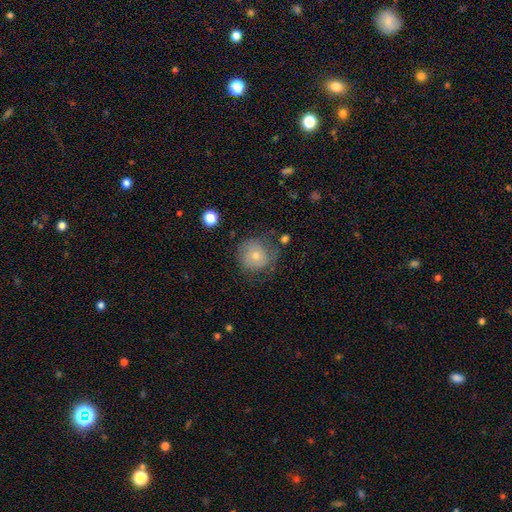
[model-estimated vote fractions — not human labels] smooth 62%, featured or disk 29%, star or artifact 9%. Down the decision tree: how rounded — round (89%); merging — none (57%).